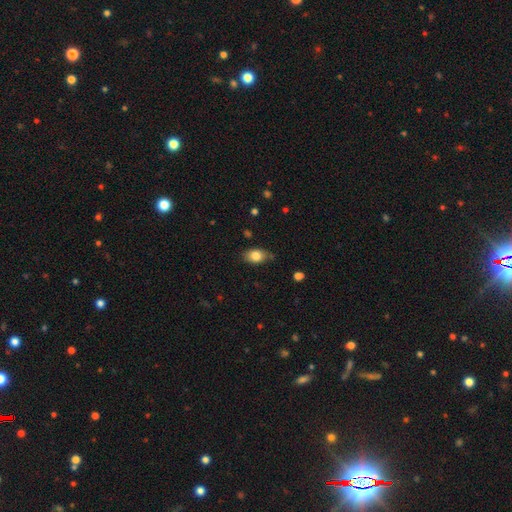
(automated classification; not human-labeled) Smooth or featured? smooth (82%)
How rounded? in between (83%)
Merging? none (74%)